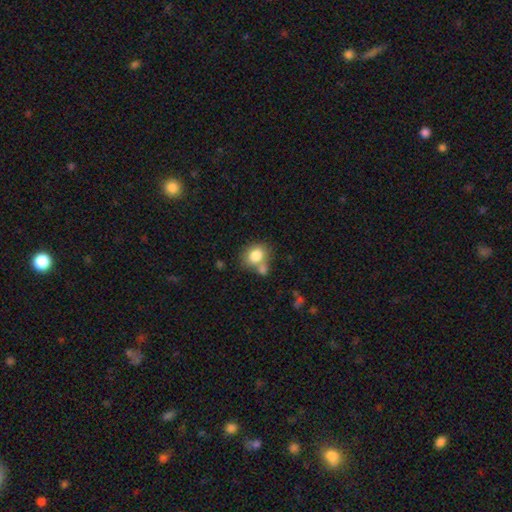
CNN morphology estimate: Smooth or featured: smooth — 82% (featured or disk — 10%)
How rounded: round — 52% (in between — 47%)
Merging: none — 51% (merger — 30%)